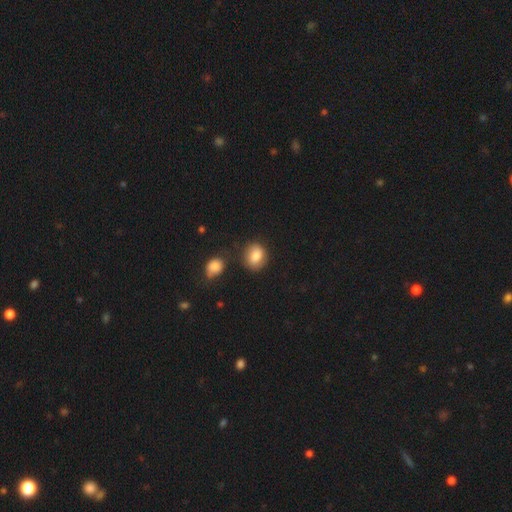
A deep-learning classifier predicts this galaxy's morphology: smooth 82%, featured or disk 10%, star or artifact 8%. Down the decision tree: how rounded — round (66%); merging — none (76%).